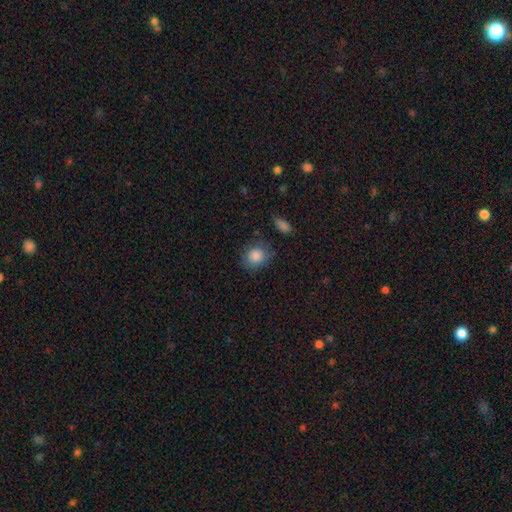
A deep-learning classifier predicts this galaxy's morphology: A smooth galaxy with no disk features (86%) that is round (75%).

Vote fractions:
- Smooth or featured? smooth: 86% / star or artifact: 8% / featured or disk: 6%
- How rounded? round: 75% / in between: 24% / cigar-shaped: 1%
- Merging? none: 72% / minor disturbance: 20% / major disturbance: 6% / merger: 3%